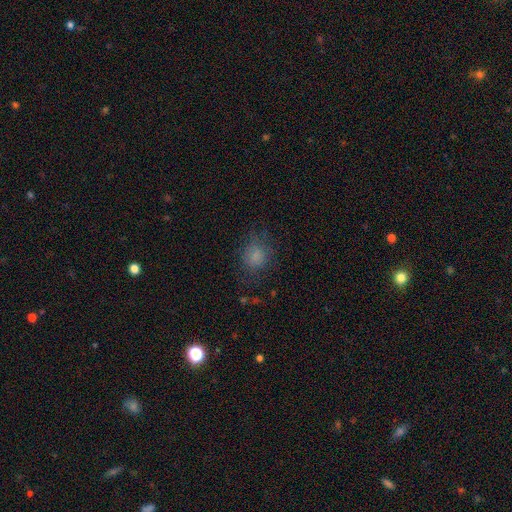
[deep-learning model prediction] A smooth galaxy with no disk features (78%) that is round (69%).

Vote fractions:
- Smooth or featured? smooth: 78% / star or artifact: 13% / featured or disk: 8%
- How rounded? round: 69% / in between: 30% / cigar-shaped: 1%
- Merging? none: 70% / minor disturbance: 18% / major disturbance: 10% / merger: 1%